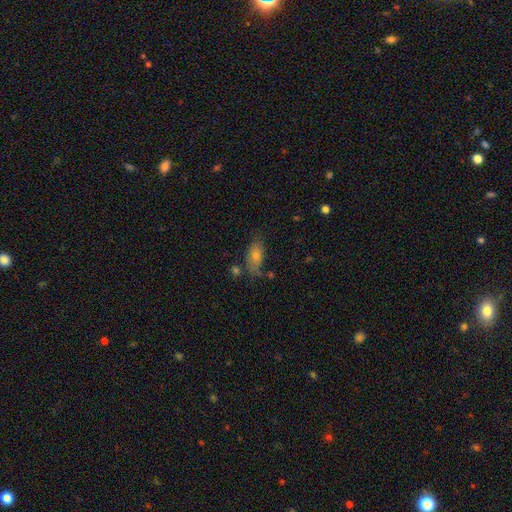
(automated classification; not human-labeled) Q: Smooth or featured?
A: smooth (62%); runner-up: featured or disk (25%)
Q: How rounded?
A: in between (78%); runner-up: cigar-shaped (16%)
Q: Merging?
A: none (68%); runner-up: minor disturbance (19%)